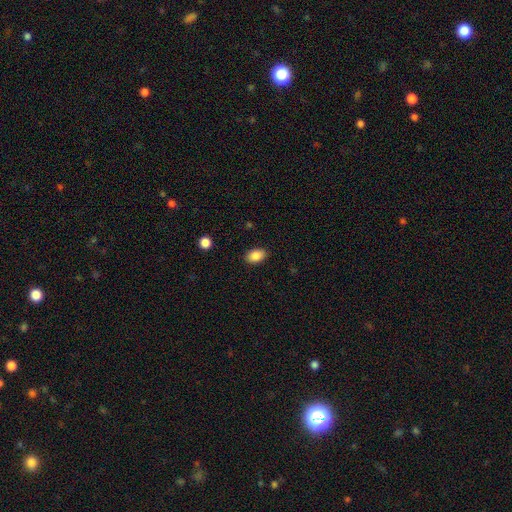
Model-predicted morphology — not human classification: smooth 87%, star or artifact 8%, featured or disk 5%. Down the decision tree: how rounded — in between (88%); merging — none (88%).